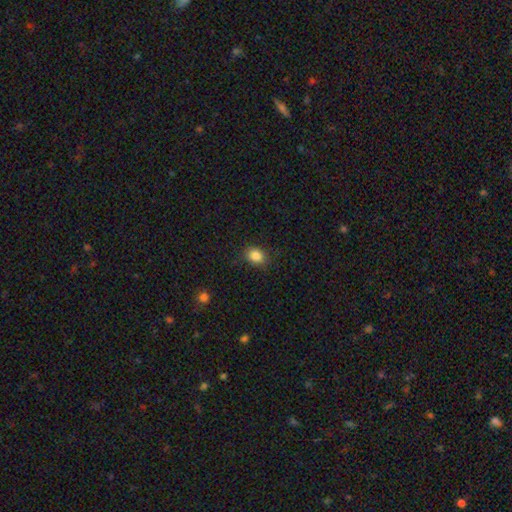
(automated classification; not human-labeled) Q: Smooth or featured?
A: smooth (85%); runner-up: star or artifact (10%)
Q: How rounded?
A: in between (53%); runner-up: round (46%)
Q: Merging?
A: none (85%); runner-up: minor disturbance (11%)